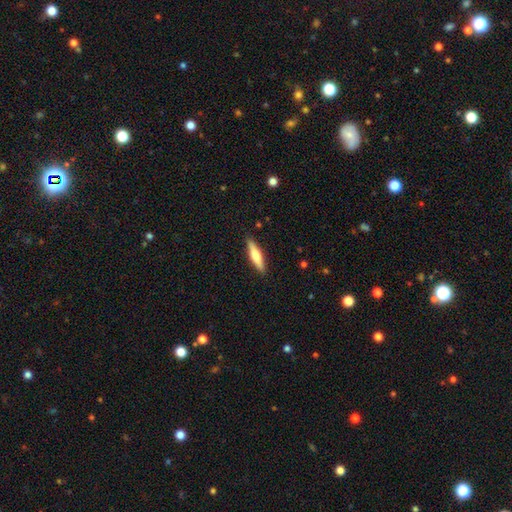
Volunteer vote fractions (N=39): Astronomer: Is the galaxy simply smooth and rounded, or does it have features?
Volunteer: smooth — 67%.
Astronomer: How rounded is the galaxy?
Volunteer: cigar-shaped — 69%.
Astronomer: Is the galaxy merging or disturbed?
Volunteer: none — 89%.